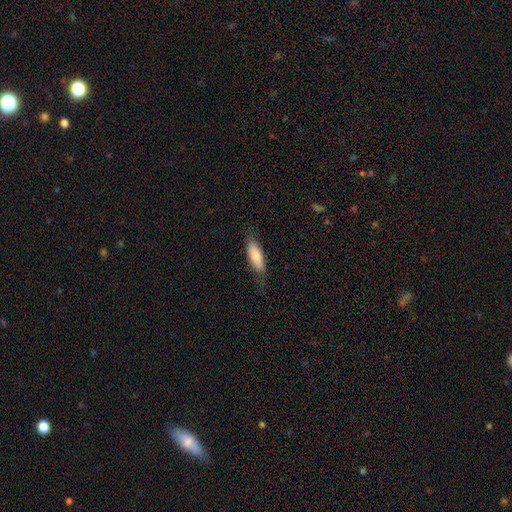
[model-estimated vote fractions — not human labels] Overall: smooth (78%). How rounded: in between (60%; cigar-shaped 39%). Merging: none (73%).